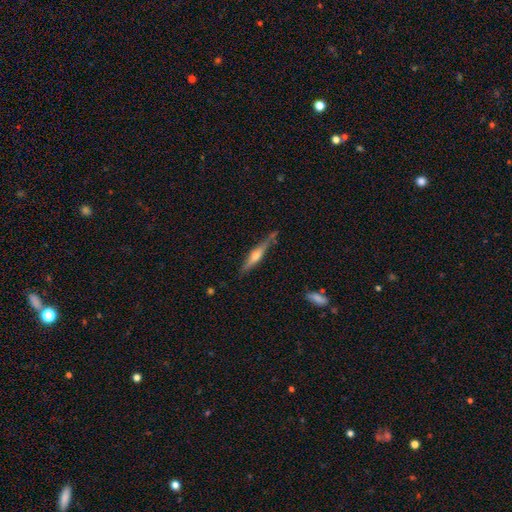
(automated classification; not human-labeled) This appears to be a featured or disk galaxy (63%) viewed edge-on (95%) with a rounded central bulge (88%). Merging: none (71%).